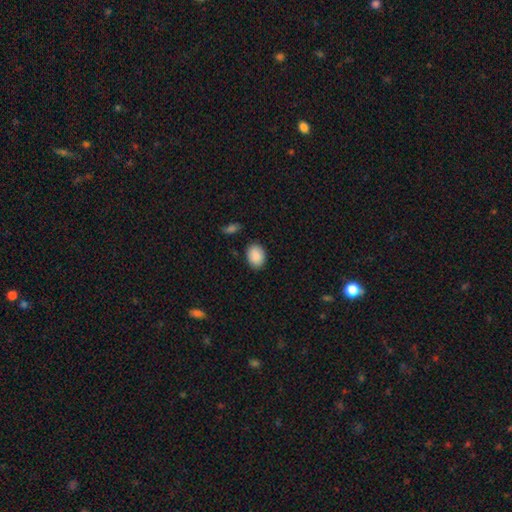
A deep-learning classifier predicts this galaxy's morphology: Smooth or featured? Predicted: smooth (p=0.90). How rounded? Predicted: in between (p=0.71). Merging? Predicted: none (p=0.85).